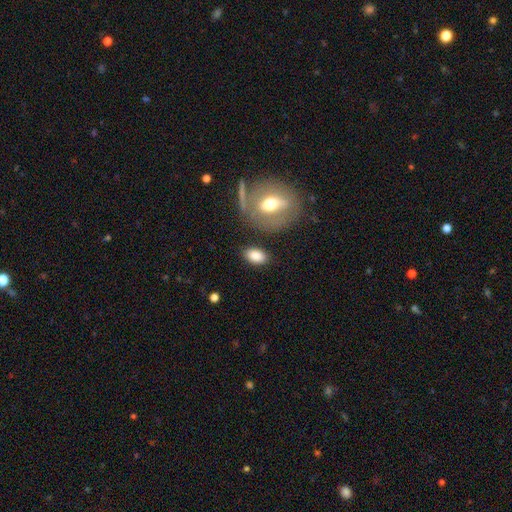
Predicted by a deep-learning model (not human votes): Smooth or featured? smooth (82%)
How rounded? in between (89%)
Merging? none (82%)